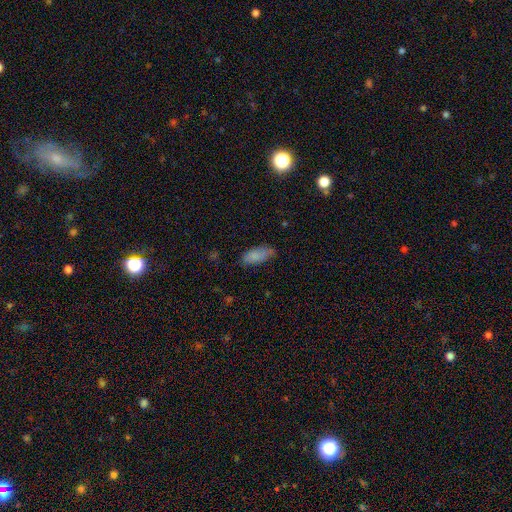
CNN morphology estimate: This appears to be a smooth galaxy with no disk features (85%) that is in between round and cigar-shaped (83%). Merging: none (65%).